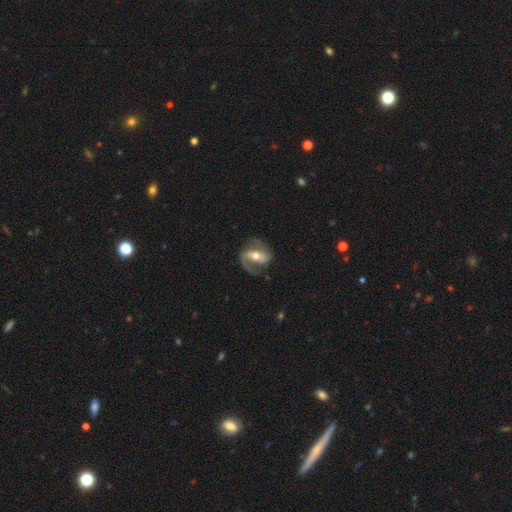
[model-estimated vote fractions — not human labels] Smooth or featured? featured or disk (83%)
Edge-on disk? no (96%)
Bar? strong (45%)
Spiral arms? yes (92%)
Spiral winding? medium (50%)
Spiral arm count? 2 (86%)
Bulge size? moderate (71%)
Merging? none (72%)